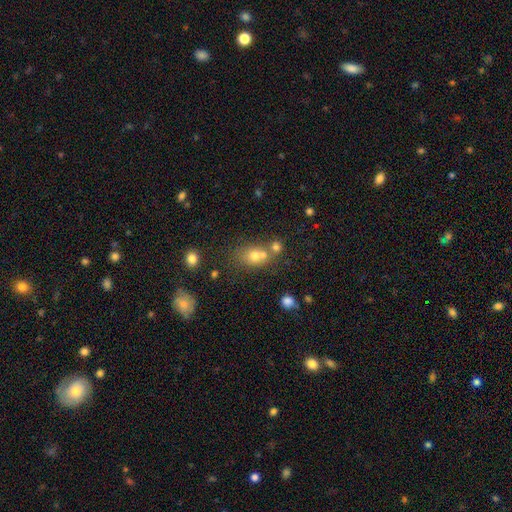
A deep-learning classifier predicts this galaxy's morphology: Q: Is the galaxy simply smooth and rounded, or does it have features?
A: smooth — 67%.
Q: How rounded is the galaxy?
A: round — 57%.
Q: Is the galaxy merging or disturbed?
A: merger — 44%.